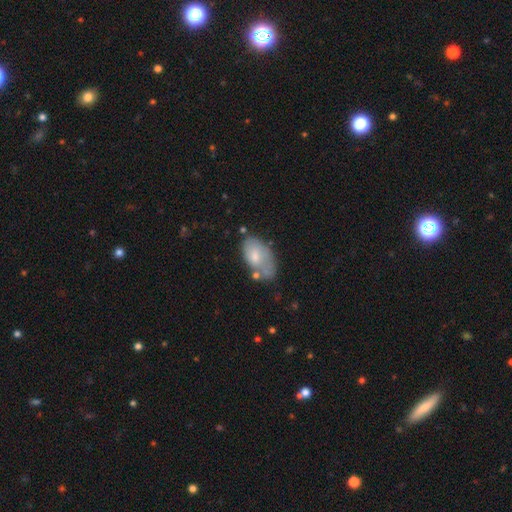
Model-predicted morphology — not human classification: This appears to be a smooth galaxy with no disk features (69%) that is in between round and cigar-shaped (93%). Merging: none (49%).